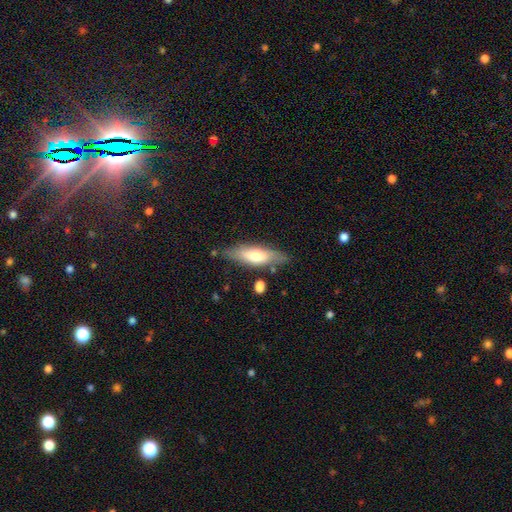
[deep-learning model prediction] Q: Smooth or featured?
A: smooth (61%); runner-up: featured or disk (33%)
Q: How rounded?
A: in between (50%); runner-up: cigar-shaped (48%)
Q: Merging?
A: none (75%); runner-up: minor disturbance (17%)